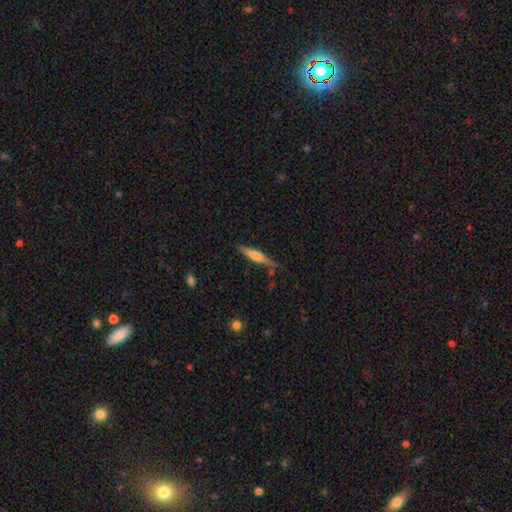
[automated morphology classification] smooth-or-featured: featured or disk: 52% | smooth: 42% | star or artifact: 6%
  disk-edge-on: yes: 96% | no: 4%
  merging: none: 83% | minor disturbance: 12% | merger: 3% | major disturbance: 2%